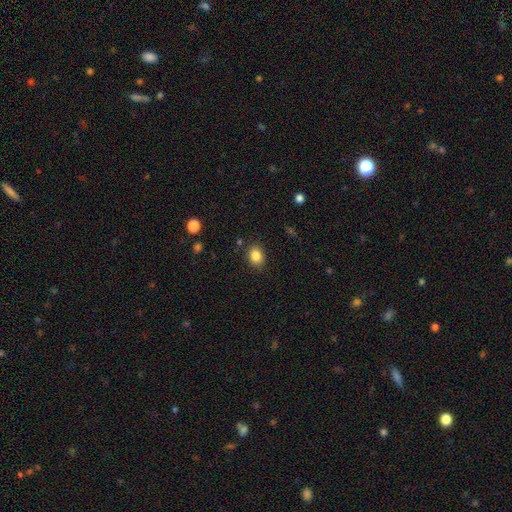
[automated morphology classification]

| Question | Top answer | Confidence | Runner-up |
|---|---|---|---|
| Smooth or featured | smooth | 85% | star or artifact (10%) |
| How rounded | in between | 53% | round (46%) |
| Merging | none | 87% | minor disturbance (9%) |